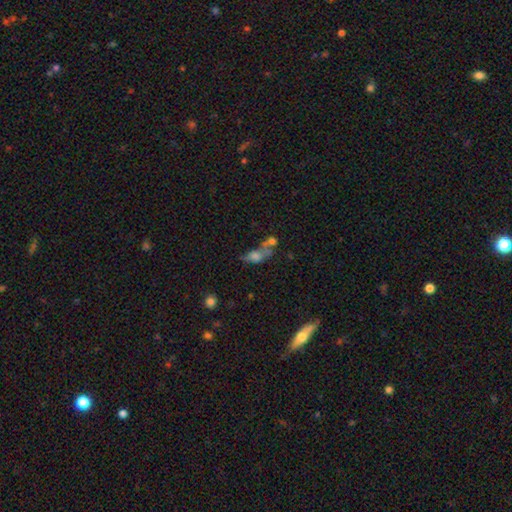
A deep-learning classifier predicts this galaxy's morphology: type=smooth (49%); merging=merger (41%).